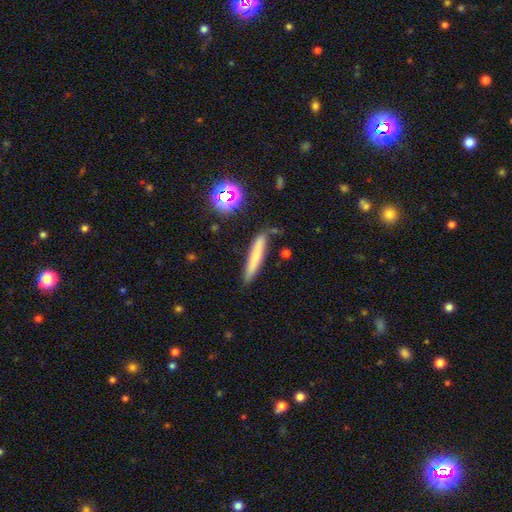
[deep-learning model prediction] A smooth galaxy with no disk features (66%) that is cigar-shaped (92%).

Vote fractions:
- Smooth or featured? smooth: 66% / featured or disk: 23% / star or artifact: 10%
- How rounded? cigar-shaped: 92% / in between: 6% / round: 2%
- Merging? none: 80% / minor disturbance: 14% / merger: 3% / major disturbance: 3%